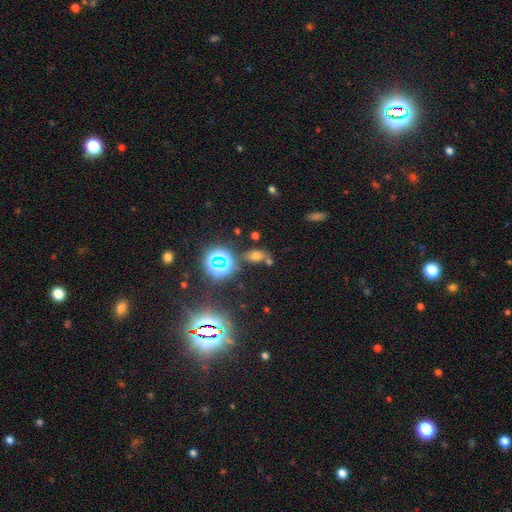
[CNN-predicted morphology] A smooth galaxy with no disk features (54%) that is in between round and cigar-shaped (76%).

Vote fractions:
- Smooth or featured? smooth: 54% / star or artifact: 35% / featured or disk: 12%
- How rounded? in between: 76% / round: 18% / cigar-shaped: 6%
- Merging? none: 63% / minor disturbance: 15% / merger: 15% / major disturbance: 6%